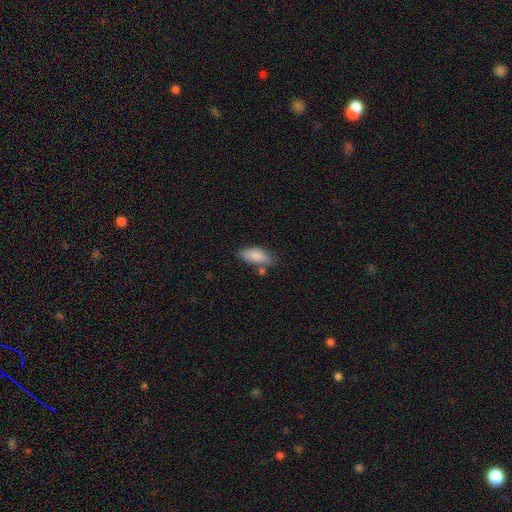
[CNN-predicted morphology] A smooth galaxy with no disk features (86%) that is in between round and cigar-shaped (84%).

Vote fractions:
- Smooth or featured? smooth: 86% / featured or disk: 7% / star or artifact: 7%
- How rounded? in between: 84% / cigar-shaped: 14% / round: 2%
- Merging? none: 64% / minor disturbance: 21% / merger: 10% / major disturbance: 5%